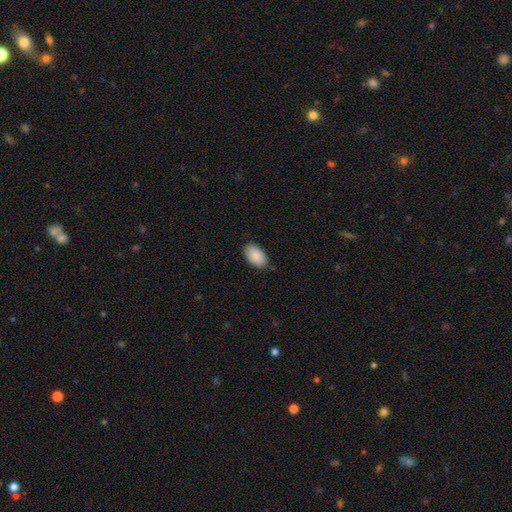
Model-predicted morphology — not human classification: The model was most divided on "merging": none: 86%, minor disturbance: 11%, major disturbance: 2%, merger: 1%. More confident: how rounded — in between (95%); smooth or featured — smooth (91%).